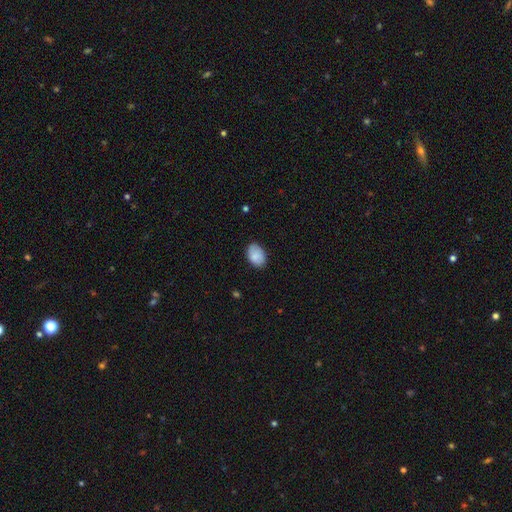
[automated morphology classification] A smooth galaxy with no disk features (85%) that is in between round and cigar-shaped (86%).

Vote fractions:
- Smooth or featured? smooth: 85% / featured or disk: 8% / star or artifact: 7%
- How rounded? in between: 86% / round: 13% / cigar-shaped: 1%
- Merging? none: 80% / minor disturbance: 17% / major disturbance: 3% / merger: 1%